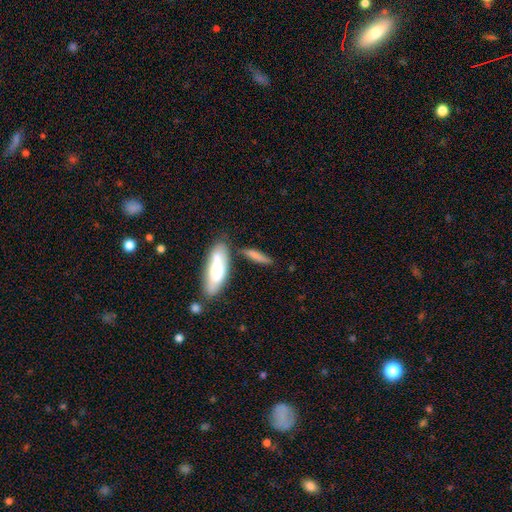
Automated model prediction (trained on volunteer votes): Morphology: type=smooth (73%); roundness=cigar-shaped (75%); merging=none (65%).